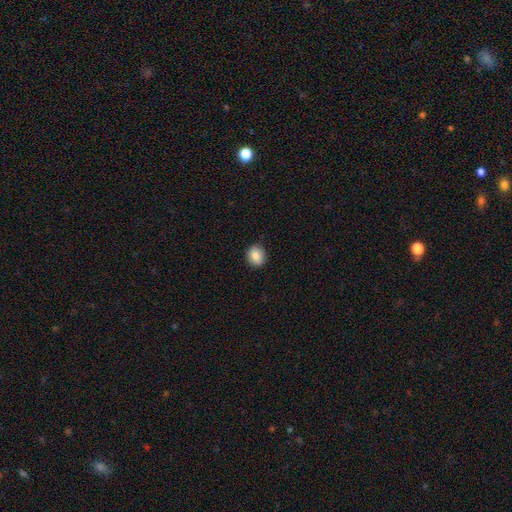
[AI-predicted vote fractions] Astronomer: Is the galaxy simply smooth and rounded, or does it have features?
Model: smooth — 86%.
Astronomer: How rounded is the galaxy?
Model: round — 65%.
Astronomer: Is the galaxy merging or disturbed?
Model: none — 87%.